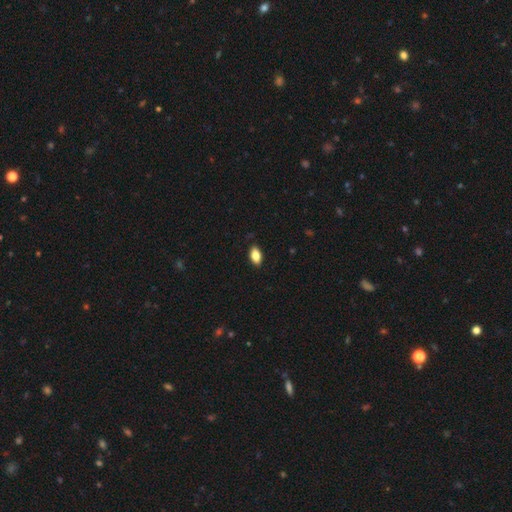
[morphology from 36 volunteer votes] A smooth galaxy with no disk features (94%) that is in between round and cigar-shaped (91%).

Vote fractions:
- Smooth or featured? smooth: 94% / featured or disk: 3% / star or artifact: 3%
- How rounded? in between: 91% / cigar-shaped: 6% / round: 3%
- Merging? none: 89% / minor disturbance: 11% / major disturbance: 0% / merger: 0%